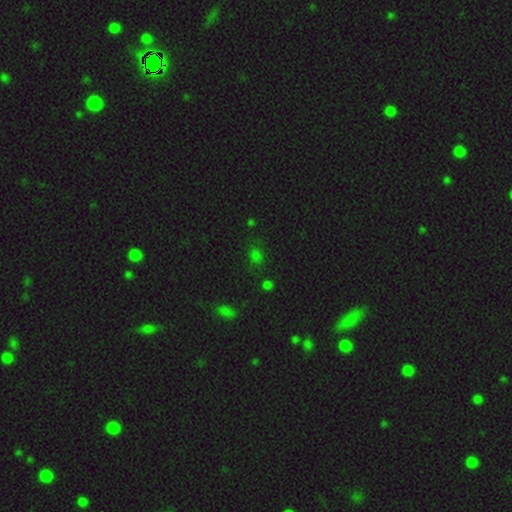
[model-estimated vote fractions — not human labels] This appears to be a smooth galaxy with no disk features (62%) that is round (56%). Merging: none (75%).